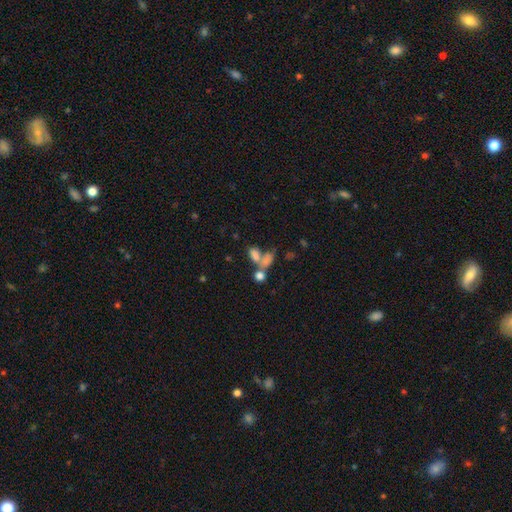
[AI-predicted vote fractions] Overall: smooth (71%). How rounded: in between (79%). Merging: merger (52%; none 30%).